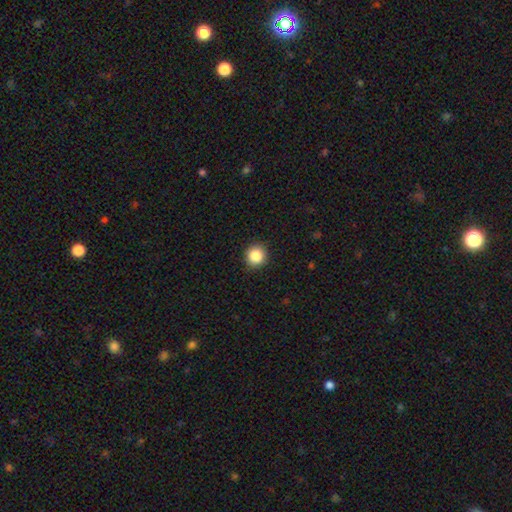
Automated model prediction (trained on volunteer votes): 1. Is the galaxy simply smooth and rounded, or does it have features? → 85% smooth, 10% star or artifact, 5% featured or disk.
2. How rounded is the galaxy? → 90% round, 9% in between, 1% cigar-shaped.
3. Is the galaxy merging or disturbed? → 91% none, 7% minor disturbance, 2% major disturbance, 1% merger.